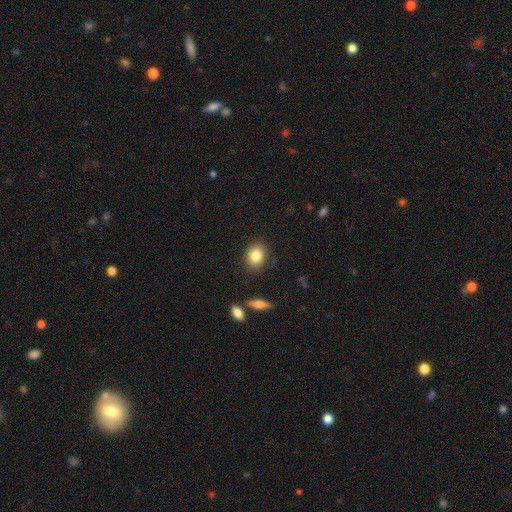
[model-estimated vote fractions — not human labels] smooth-or-featured: smooth: 83% | star or artifact: 9% | featured or disk: 8%
  how-rounded: in between: 59% | round: 39% | cigar-shaped: 1%
  merging: none: 86% | minor disturbance: 9% | major disturbance: 2% | merger: 2%